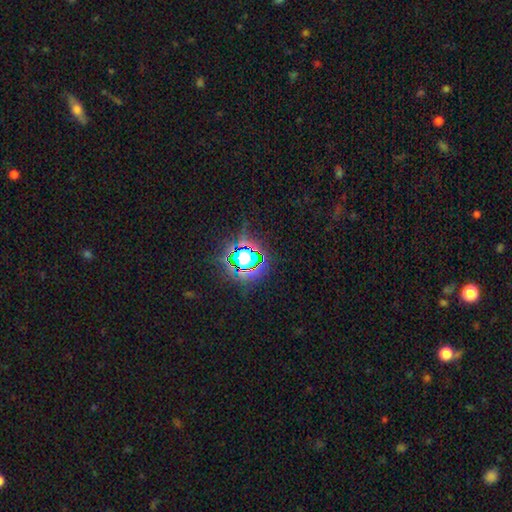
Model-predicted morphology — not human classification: Smooth or featured? star or artifact (81%)